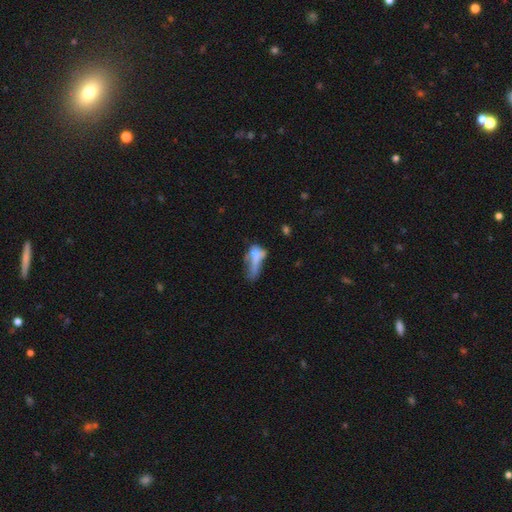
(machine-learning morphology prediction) Smooth or featured? smooth (56%)
How rounded? in between (70%)
Merging? major disturbance (39%)